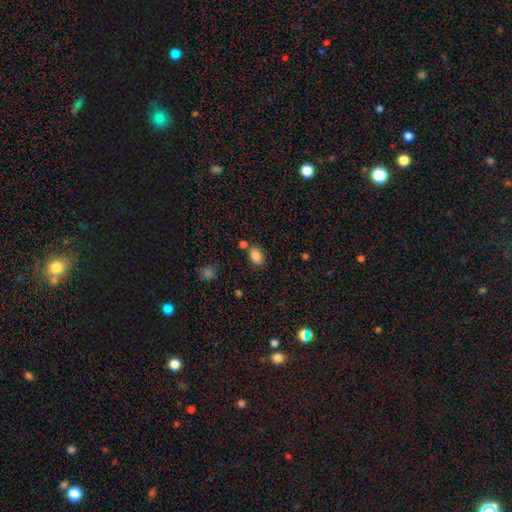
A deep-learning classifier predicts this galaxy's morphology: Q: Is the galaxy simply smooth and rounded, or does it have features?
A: smooth — 86%.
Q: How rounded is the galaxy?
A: in between — 83%.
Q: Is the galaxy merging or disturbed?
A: none — 70%.